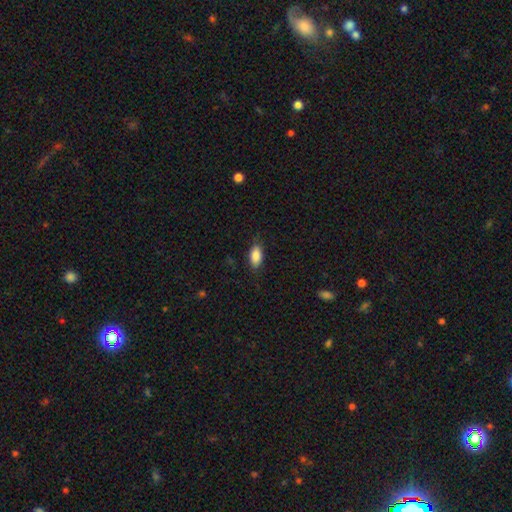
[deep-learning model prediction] This appears to be a smooth galaxy with no disk features (87%) that is in between round and cigar-shaped (90%). Merging: none (81%).